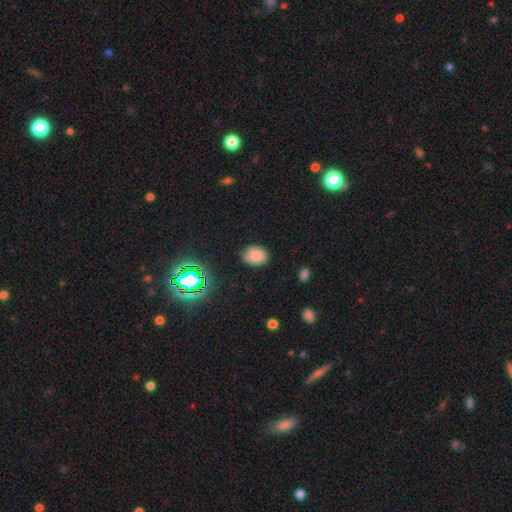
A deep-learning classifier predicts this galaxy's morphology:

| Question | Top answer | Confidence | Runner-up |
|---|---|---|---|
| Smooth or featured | smooth | 79% | star or artifact (13%) |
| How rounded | in between | 61% | round (38%) |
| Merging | none | 76% | minor disturbance (19%) |